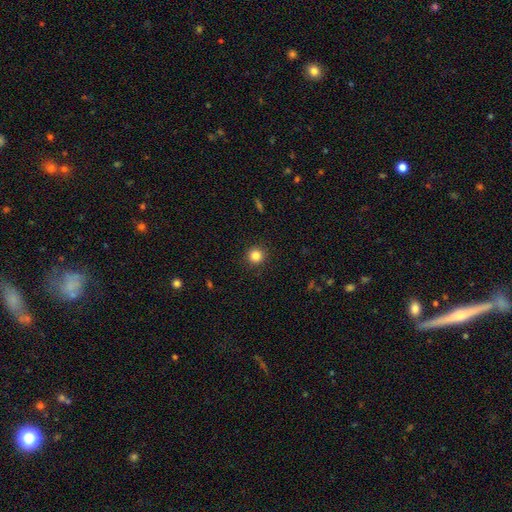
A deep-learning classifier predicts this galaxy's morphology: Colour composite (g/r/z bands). It shows a smooth galaxy with no disk features (84%) that is round (94%). Merging: none (91%).